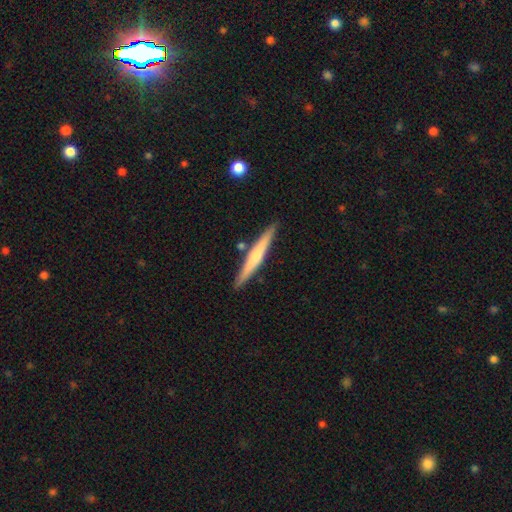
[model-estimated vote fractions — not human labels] A featured or disk galaxy (49%).

Vote fractions:
- Smooth or featured? featured or disk: 49% / smooth: 46% / star or artifact: 5%
- Merging? none: 87% / minor disturbance: 8% / merger: 3% / major disturbance: 2%